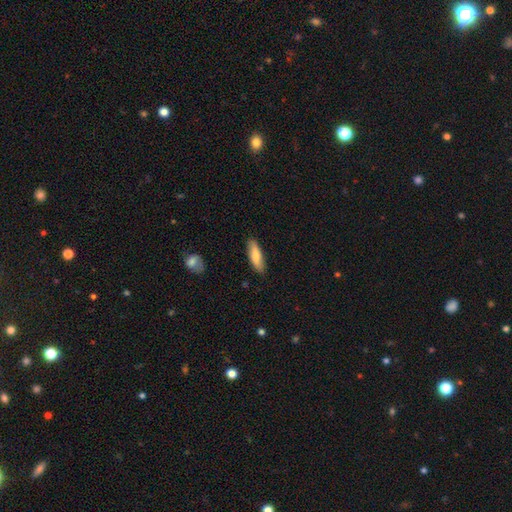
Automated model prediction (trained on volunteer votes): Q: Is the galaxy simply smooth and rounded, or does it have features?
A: smooth — 77%.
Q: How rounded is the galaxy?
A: cigar-shaped — 52%.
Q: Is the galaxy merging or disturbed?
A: none — 86%.